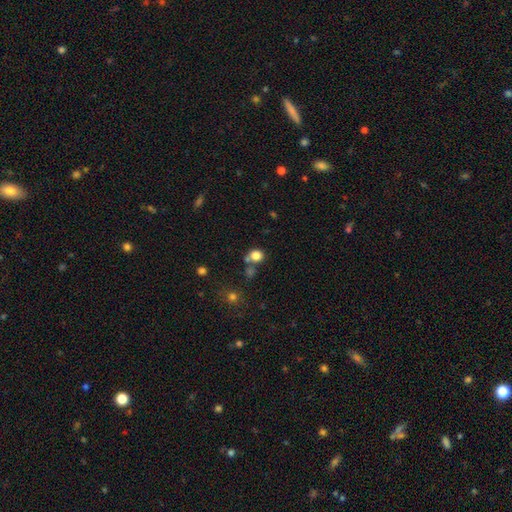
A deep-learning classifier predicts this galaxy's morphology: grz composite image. It shows a smooth galaxy with no disk features (81%) that is round (76%). Merging: none (59%).